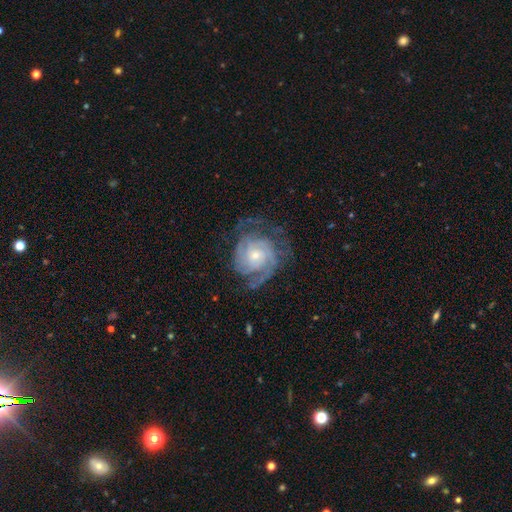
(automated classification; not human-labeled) The model was most divided on "spiral arm count": 2: 33%, can't tell: 25%, 3: 22%, 4: 9%, 1: 6%, more than 4: 5%. More confident: edge-on disk — no (98%); spiral arms — yes (96%); smooth or featured — featured or disk (87%); bar — no (73%); bulge size — small (67%); merging — none (63%); spiral winding — tight (59%).